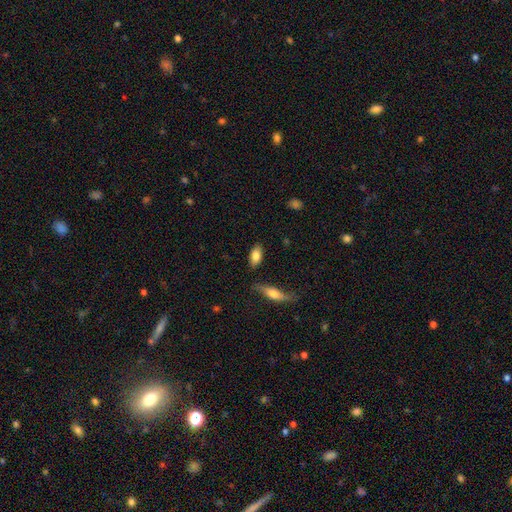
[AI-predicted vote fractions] Smooth or featured? Predicted: smooth (p=0.80). How rounded? Predicted: in between (p=0.88). Merging? Predicted: none (p=0.82).